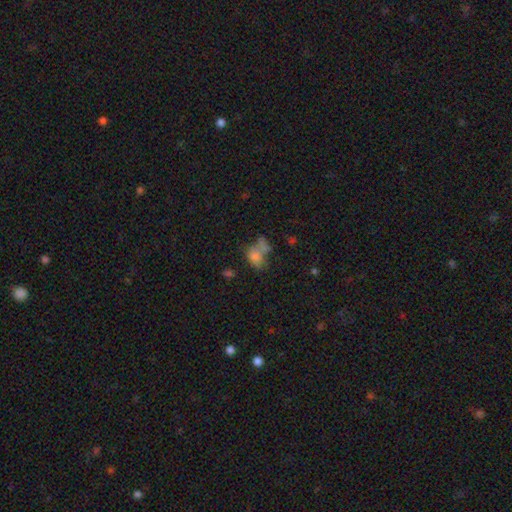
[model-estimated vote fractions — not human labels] smooth 66%, star or artifact 17%, featured or disk 16%. Down the decision tree: how rounded — in between (67%); merging — merger (39%).